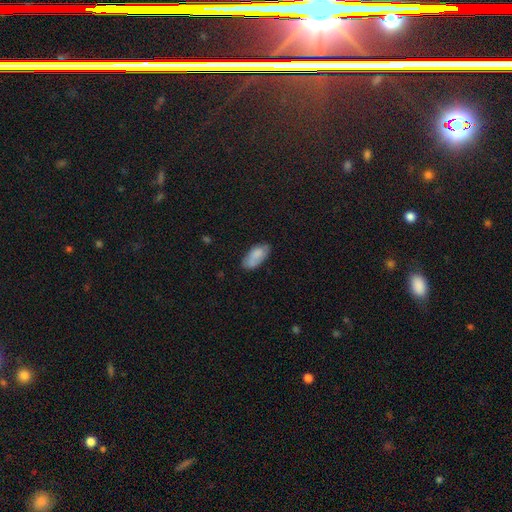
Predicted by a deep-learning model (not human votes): Smooth or featured?
  - smooth: 81% *
  - featured or disk: 12%
  - star or artifact: 7%
How rounded?
  - in between: 91% *
  - cigar-shaped: 7%
  - round: 2%
Merging?
  - none: 68% *
  - minor disturbance: 25%
  - major disturbance: 5%
  - merger: 3%